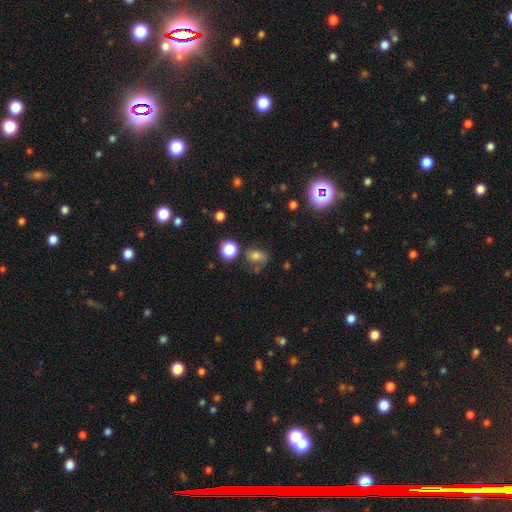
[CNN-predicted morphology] A smooth galaxy with no disk features (60%) that is in between round and cigar-shaped (51%). Merging: none (46%).